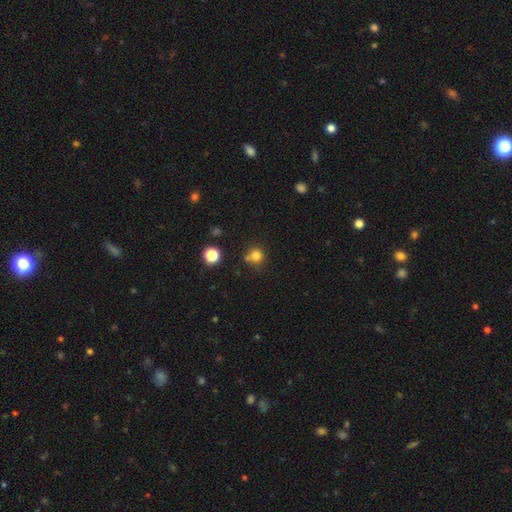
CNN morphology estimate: Smooth or featured?
  - smooth: 78% *
  - star or artifact: 15%
  - featured or disk: 7%
How rounded?
  - round: 89% *
  - in between: 10%
  - cigar-shaped: 1%
Merging?
  - none: 64% *
  - merger: 20%
  - minor disturbance: 12%
  - major disturbance: 4%